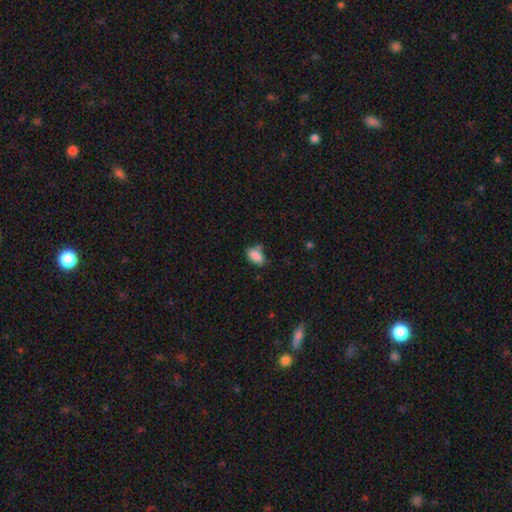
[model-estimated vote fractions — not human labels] A smooth galaxy with no disk features (86%) that is in between round and cigar-shaped (89%). Merging: none (59%).